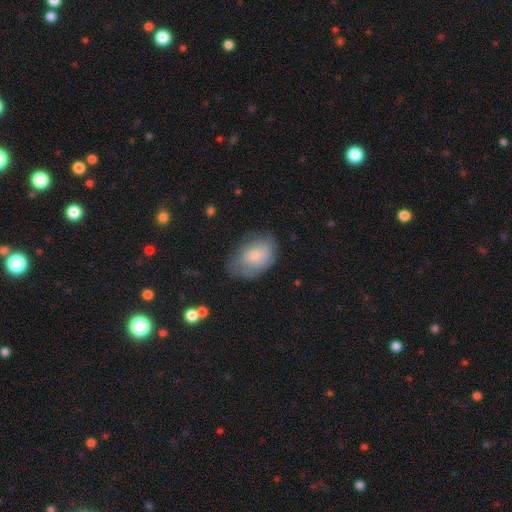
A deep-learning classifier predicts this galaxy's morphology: Smooth or featured? Predicted: smooth (p=0.73). How rounded? Predicted: in between (p=0.85). Merging? Predicted: none (p=0.56).